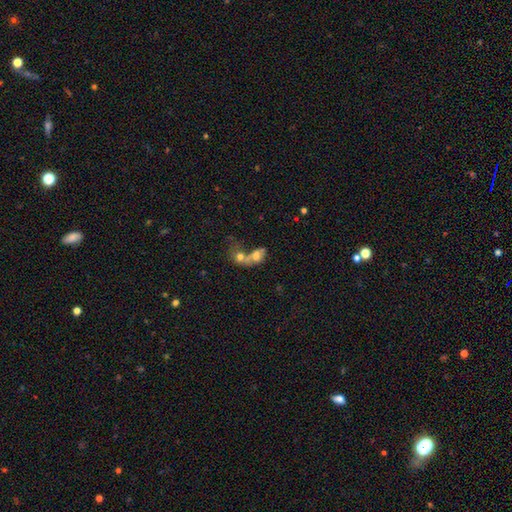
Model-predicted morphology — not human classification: type=smooth (62%); roundness=in between (72%); merging=merger (68%).